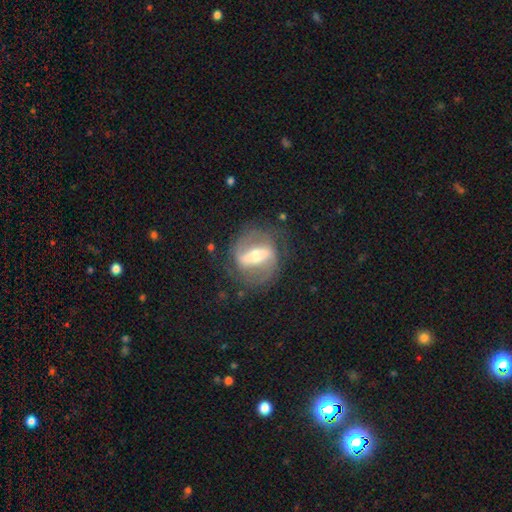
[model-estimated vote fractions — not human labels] This appears to be a featured or disk galaxy (83%) with a strong bar (71%), 2 (86%) medium (47%) spiral arms (83%) and a moderate central bulge (60%). Merging: none (77%).